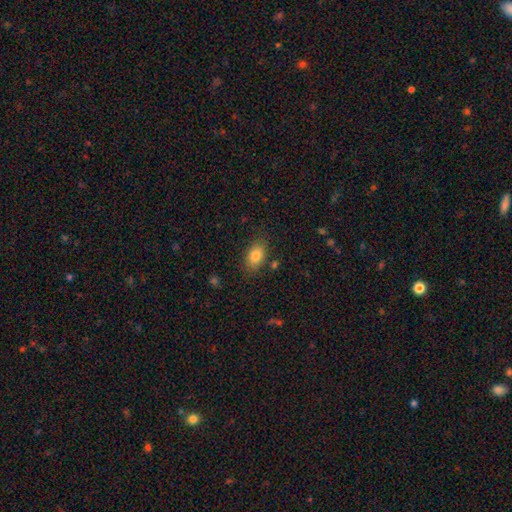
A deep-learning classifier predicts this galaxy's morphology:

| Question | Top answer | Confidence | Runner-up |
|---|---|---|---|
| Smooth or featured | smooth | 83% | featured or disk (9%) |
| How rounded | in between | 86% | round (12%) |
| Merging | none | 81% | minor disturbance (13%) |